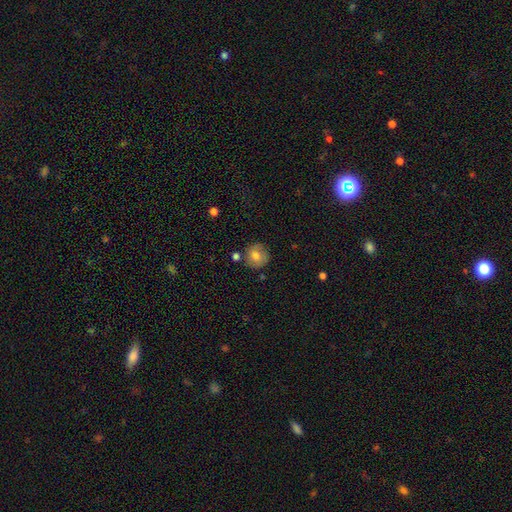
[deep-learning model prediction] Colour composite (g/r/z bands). It shows a smooth galaxy with no disk features (73%) that is round (91%). Merging: none (77%).